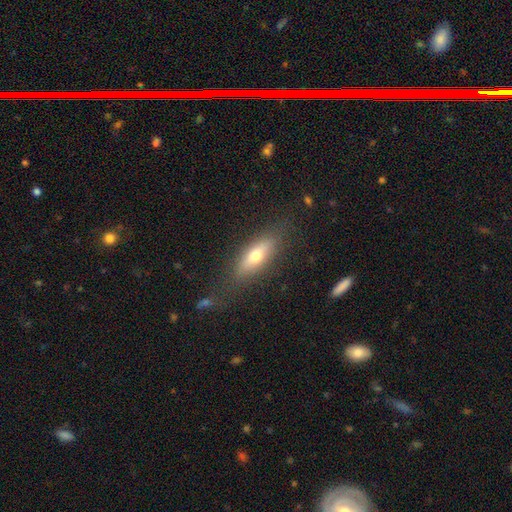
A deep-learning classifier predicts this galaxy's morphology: Smooth or featured? smooth (58%)
How rounded? in between (56%)
Merging? none (77%)